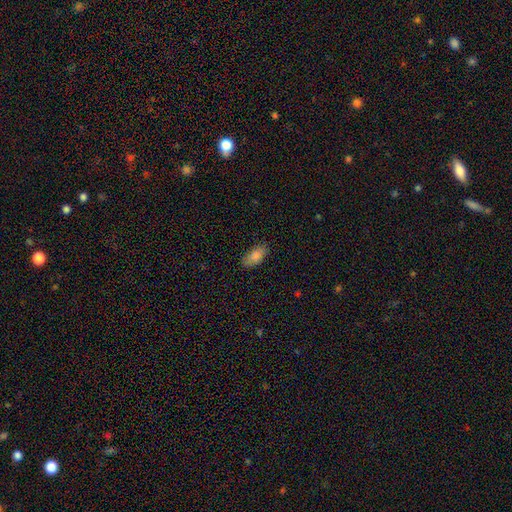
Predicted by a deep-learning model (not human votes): Morphology: type=smooth (83%); roundness=in between (90%); merging=none (81%).